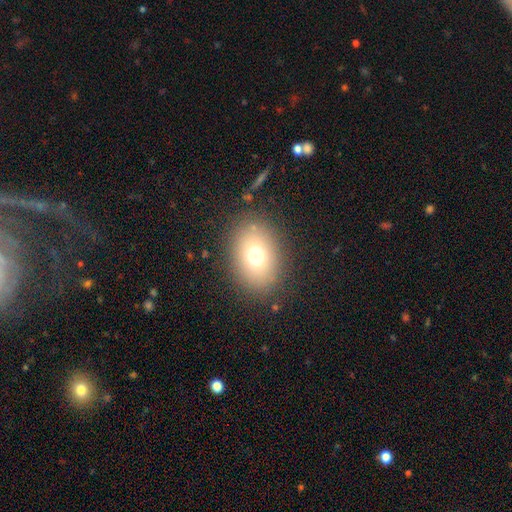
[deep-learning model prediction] A smooth galaxy with no disk features (71%) that is in between round and cigar-shaped (63%). Merging: none (85%).